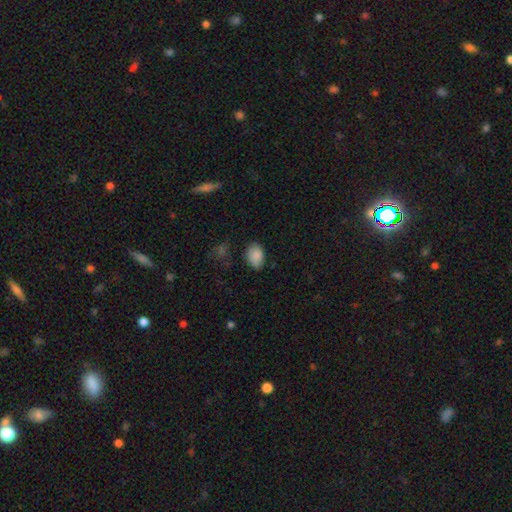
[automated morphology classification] Smooth or featured: smooth — 85% (star or artifact — 8%)
How rounded: in between — 83% (round — 16%)
Merging: none — 76% (minor disturbance — 19%)